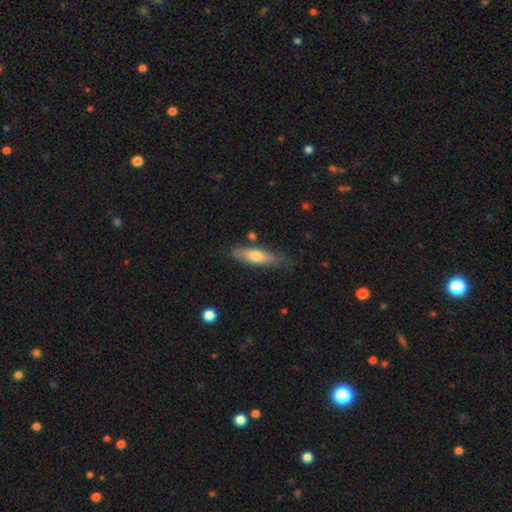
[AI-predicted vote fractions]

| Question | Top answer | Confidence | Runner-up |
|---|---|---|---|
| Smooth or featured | smooth | 64% | featured or disk (30%) |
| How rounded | cigar-shaped | 61% | in between (37%) |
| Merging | none | 74% | minor disturbance (18%) |